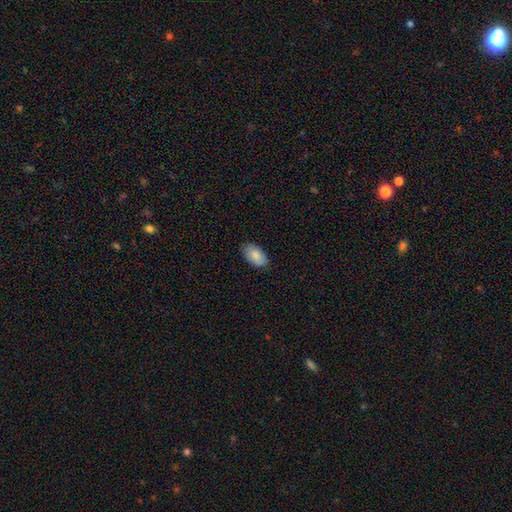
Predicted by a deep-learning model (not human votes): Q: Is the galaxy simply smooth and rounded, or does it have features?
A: smooth — 86%.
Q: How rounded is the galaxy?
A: in between — 95%.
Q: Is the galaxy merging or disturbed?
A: none — 84%.